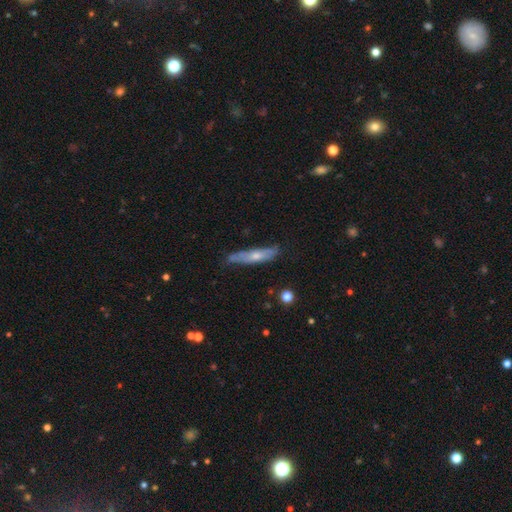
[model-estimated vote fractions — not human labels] Q: Smooth or featured?
A: smooth (47%); tied with: featured or disk (47%)
Q: Merging?
A: none (66%); runner-up: minor disturbance (26%)